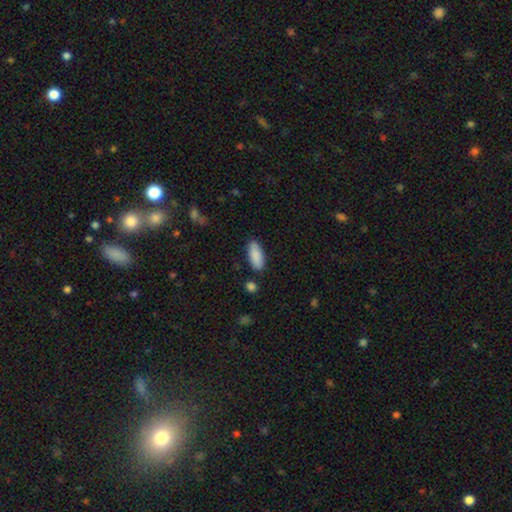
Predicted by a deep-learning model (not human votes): This appears to be a smooth galaxy with no disk features (89%) that is in between round and cigar-shaped (84%). Merging: none (82%).